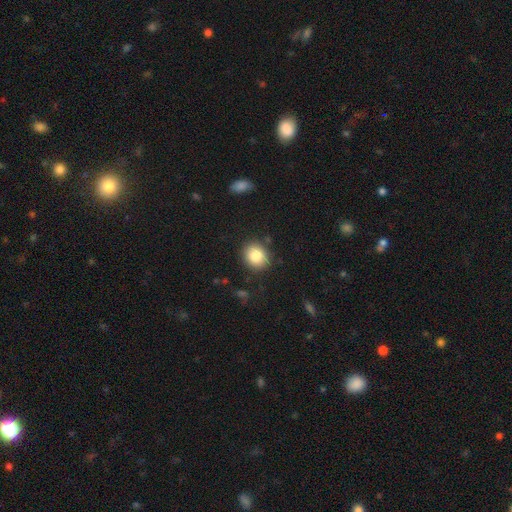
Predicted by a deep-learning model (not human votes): Smooth or featured? Predicted: smooth (p=0.82). How rounded? Predicted: round (p=0.75). Merging? Predicted: none (p=0.87).